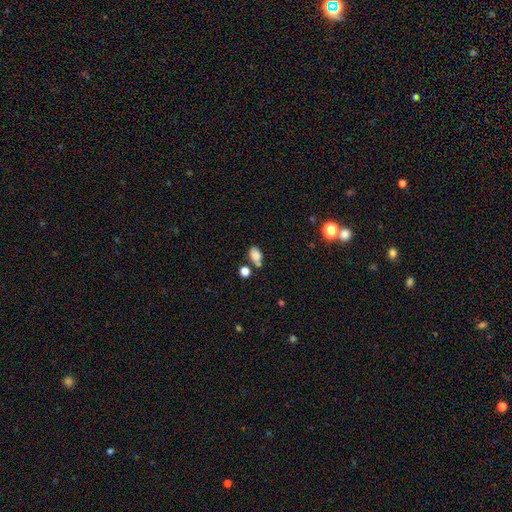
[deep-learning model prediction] This is clearly a smooth galaxy (83%). How rounded: clearly in between (86%). Merging: possibly none (55%).